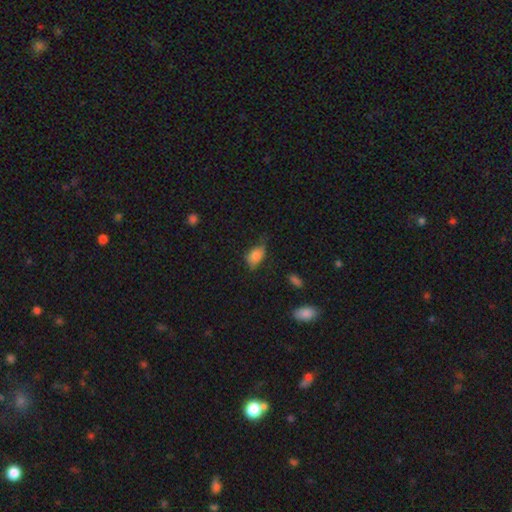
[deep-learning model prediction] Q: Smooth or featured?
A: smooth (80%); runner-up: featured or disk (11%)
Q: How rounded?
A: in between (86%); runner-up: round (11%)
Q: Merging?
A: none (45%); runner-up: minor disturbance (38%)